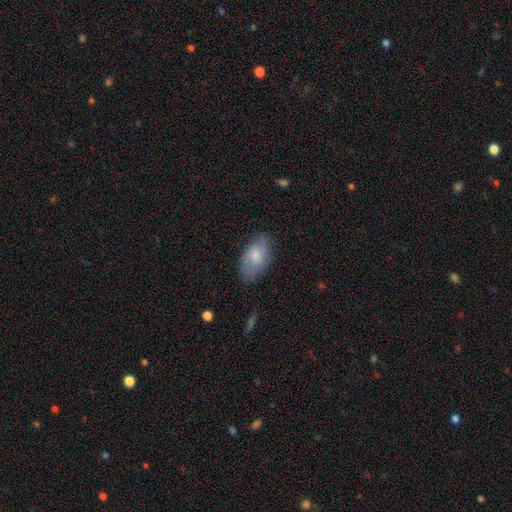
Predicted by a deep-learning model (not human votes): Smooth or featured: smooth — 62% (featured or disk — 31%)
How rounded: in between — 92% (round — 5%)
Merging: none — 69% (minor disturbance — 23%)